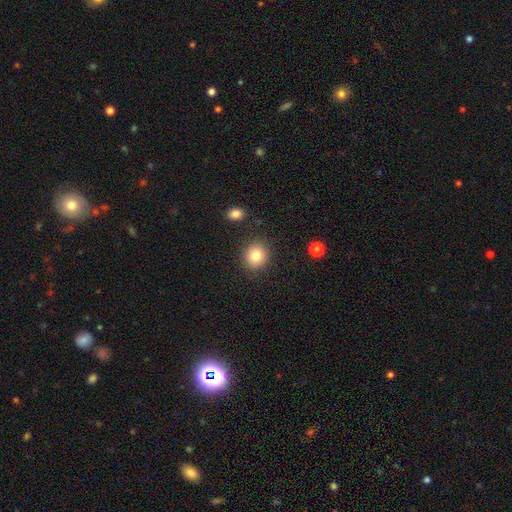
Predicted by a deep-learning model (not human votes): Smooth or featured?
  - smooth: 82% *
  - star or artifact: 10%
  - featured or disk: 8%
How rounded?
  - round: 83% *
  - in between: 16%
  - cigar-shaped: 1%
Merging?
  - none: 88% *
  - minor disturbance: 7%
  - major disturbance: 3%
  - merger: 2%